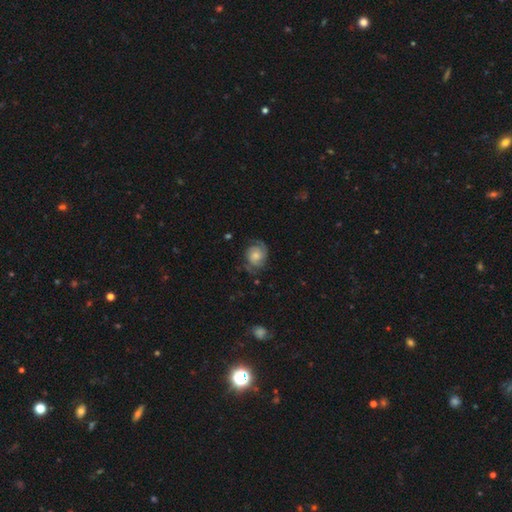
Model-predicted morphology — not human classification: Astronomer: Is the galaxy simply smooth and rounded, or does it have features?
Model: featured or disk — 59%.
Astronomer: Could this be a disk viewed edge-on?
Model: no — 97%.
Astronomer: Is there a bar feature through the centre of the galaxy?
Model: no — 75%.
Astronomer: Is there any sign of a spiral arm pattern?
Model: yes — 90%.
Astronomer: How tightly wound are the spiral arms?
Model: tight — 48% (runner-up: medium, 37%).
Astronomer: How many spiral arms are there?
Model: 2 — 64%.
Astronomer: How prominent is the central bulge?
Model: moderate — 45% (runner-up: small, 29%).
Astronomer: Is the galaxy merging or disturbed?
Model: none — 63%.